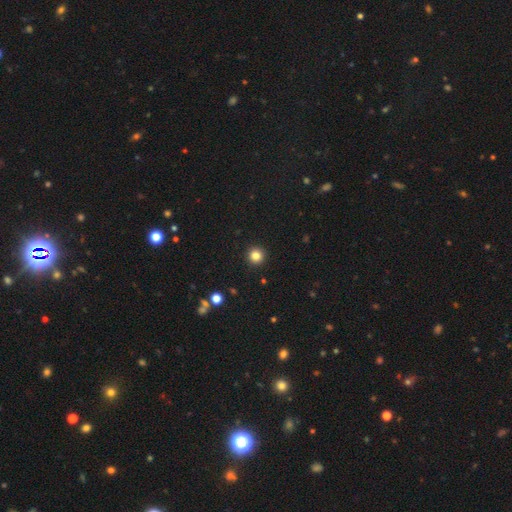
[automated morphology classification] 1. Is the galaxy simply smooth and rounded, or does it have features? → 82% smooth, 13% star or artifact, 5% featured or disk.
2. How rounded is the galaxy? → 96% round, 3% in between, 1% cigar-shaped.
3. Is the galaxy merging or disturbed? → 93% none, 4% minor disturbance, 1% major disturbance, 1% merger.